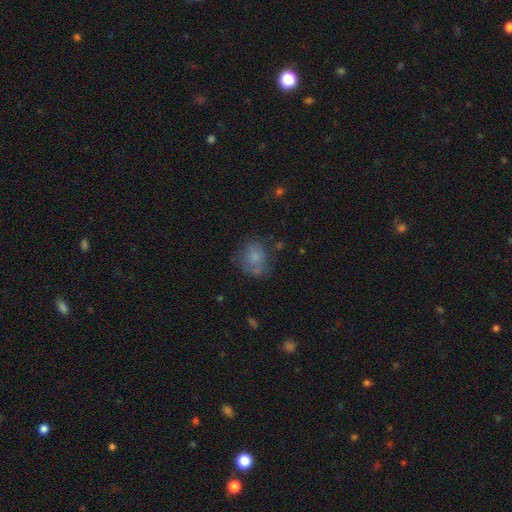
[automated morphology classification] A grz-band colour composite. It shows a smooth galaxy with no disk features (70%) that is round (69%). Merging: none (58%).